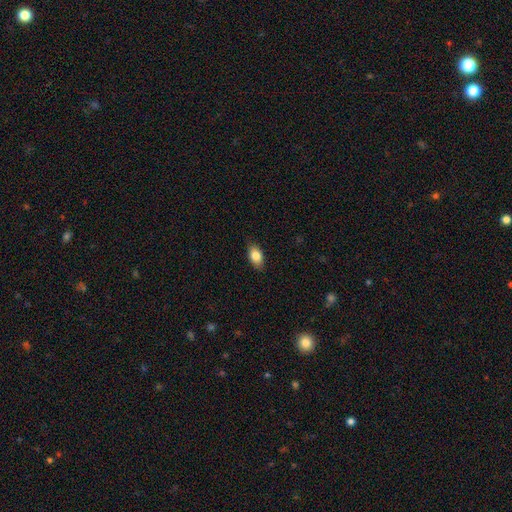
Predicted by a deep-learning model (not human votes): A smooth galaxy with no disk features (84%) that is in between round and cigar-shaped (89%).

Vote fractions:
- Smooth or featured? smooth: 84% / featured or disk: 9% / star or artifact: 8%
- How rounded? in between: 89% / round: 8% / cigar-shaped: 3%
- Merging? none: 86% / minor disturbance: 11% / major disturbance: 2% / merger: 1%